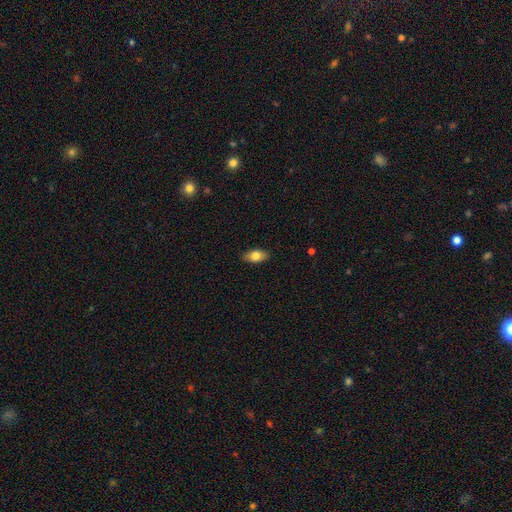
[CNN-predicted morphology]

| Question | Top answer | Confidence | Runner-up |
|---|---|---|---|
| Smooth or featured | smooth | 80% | featured or disk (13%) |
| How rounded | in between | 90% | cigar-shaped (5%) |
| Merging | none | 88% | minor disturbance (9%) |